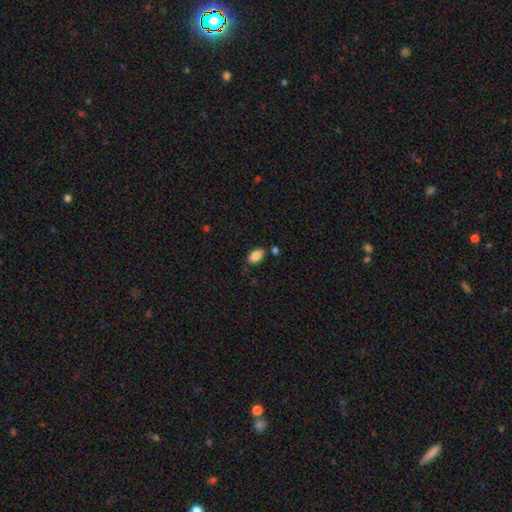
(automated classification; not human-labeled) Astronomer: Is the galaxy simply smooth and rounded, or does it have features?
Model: smooth — 87%.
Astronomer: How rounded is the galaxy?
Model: in between — 92%.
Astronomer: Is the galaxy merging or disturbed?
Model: none — 78%.